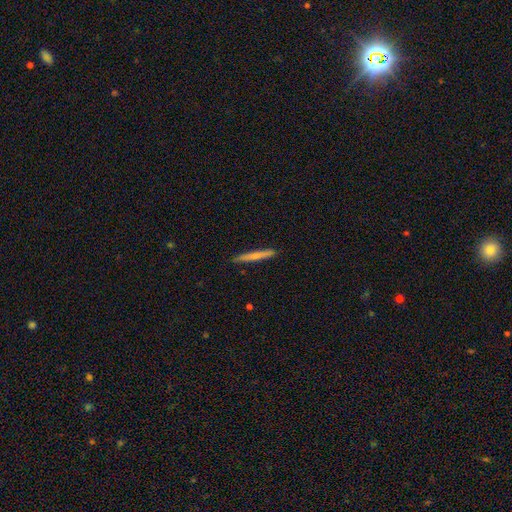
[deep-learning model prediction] The model was most divided on "smooth or featured": smooth: 58%, featured or disk: 36%, star or artifact: 6%. More confident: how rounded — cigar-shaped (95%); merging — none (90%).